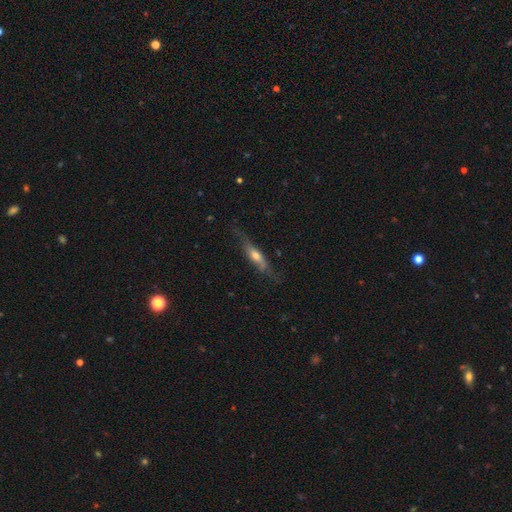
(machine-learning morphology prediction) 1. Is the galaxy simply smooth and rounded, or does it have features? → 53% featured or disk, 41% smooth, 7% star or artifact.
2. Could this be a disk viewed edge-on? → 81% yes, 19% no.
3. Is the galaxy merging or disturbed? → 65% none, 24% minor disturbance, 9% major disturbance, 2% merger.